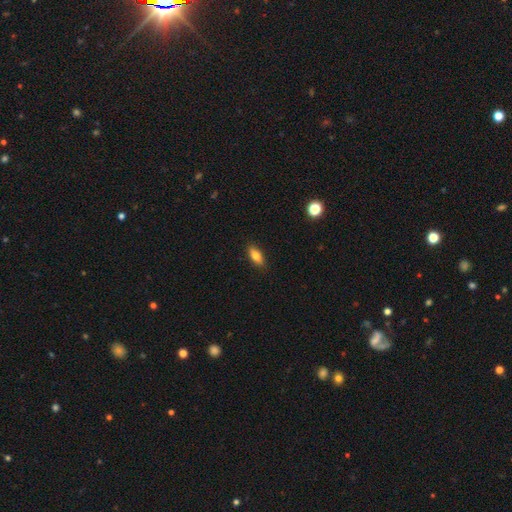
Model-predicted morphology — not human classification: This appears to be a smooth galaxy with no disk features (79%) that is in between round and cigar-shaped (82%). Merging: none (87%).